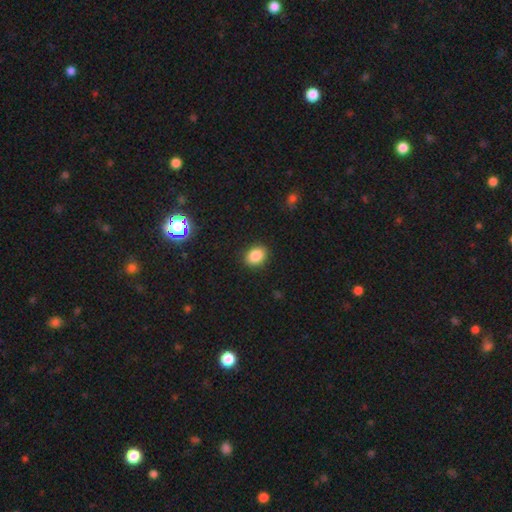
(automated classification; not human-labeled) Morphology: type=smooth (86%); roundness=in between (59%); merging=none (89%).